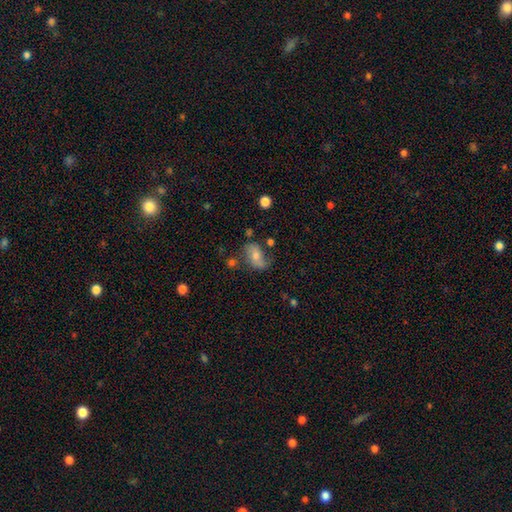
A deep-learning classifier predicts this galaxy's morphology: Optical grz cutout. It shows a smooth galaxy with no disk features (49%). Merging: none (56%).